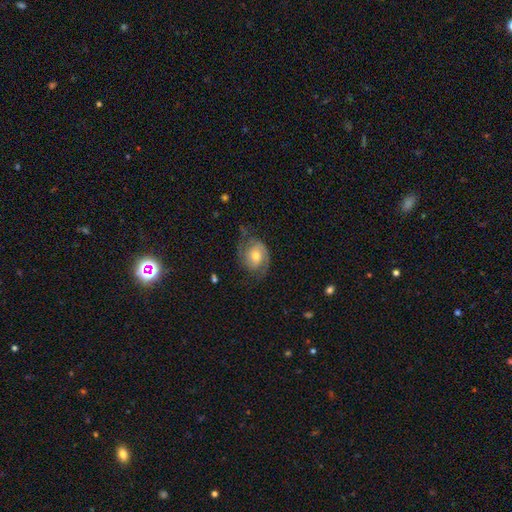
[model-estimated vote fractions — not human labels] Smooth or featured? Predicted: featured or disk (p=0.72). Edge-on disk? Predicted: no (p=0.97). Bar? Predicted: no (p=0.64). Spiral arms? Predicted: yes (p=0.91). Spiral winding? Predicted: medium (p=0.45). Spiral arm count? Predicted: 2 (p=0.81). Bulge size? Predicted: moderate (p=0.63). Merging? Predicted: none (p=0.63).